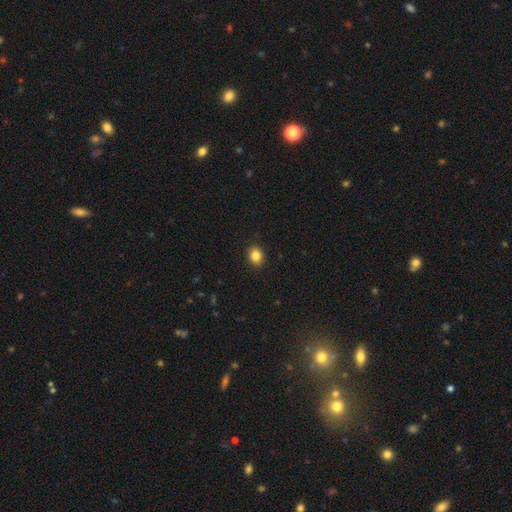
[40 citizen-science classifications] smooth_or_featured: smooth (p=0.93) [alt: featured or disk p=0.05]
how_rounded: in between (p=0.51) [alt: round p=0.49]
merging: none (p=0.85) [alt: minor disturbance p=0.10]